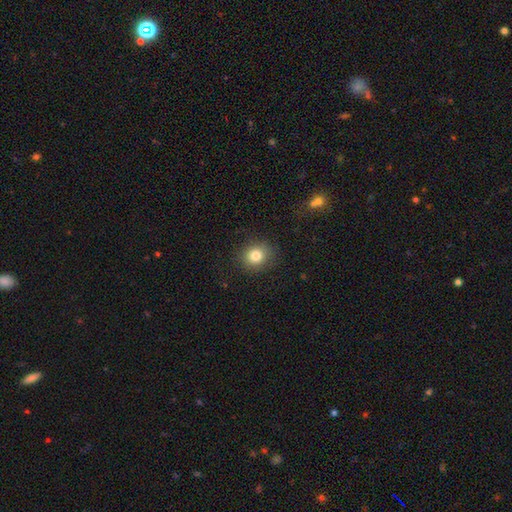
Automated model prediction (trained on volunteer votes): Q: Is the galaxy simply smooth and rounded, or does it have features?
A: smooth — 82%.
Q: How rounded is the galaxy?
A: round — 79%.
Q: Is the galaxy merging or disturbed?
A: none — 87%.